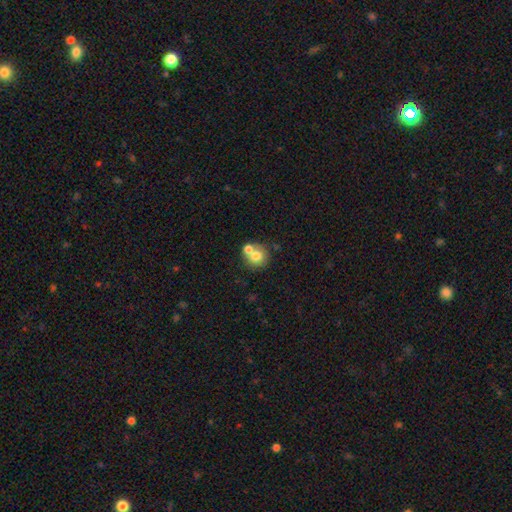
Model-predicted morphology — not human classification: This is likely a smooth galaxy (73%). How rounded: clearly round (86%). Merging: possibly none (47%).